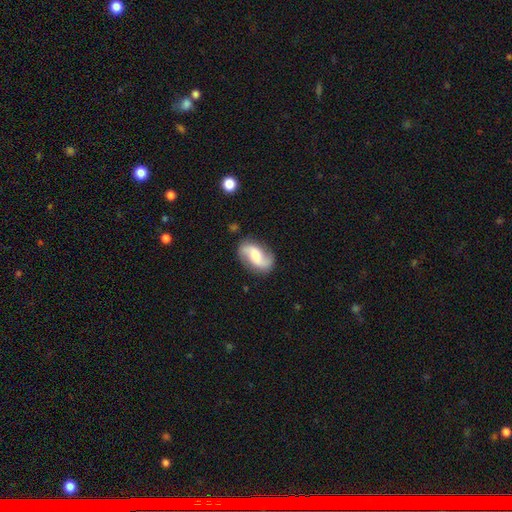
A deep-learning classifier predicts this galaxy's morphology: This appears to be a featured or disk galaxy (74%) with no bar (44%), 2 (92%) loose (59%) spiral arms (95%) and a moderate central bulge (41%). Merging: none (80%).